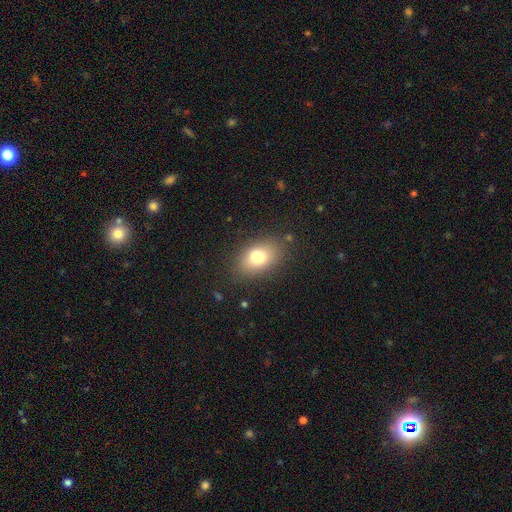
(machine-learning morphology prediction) type=smooth (76%); roundness=in between (82%); merging=none (78%).